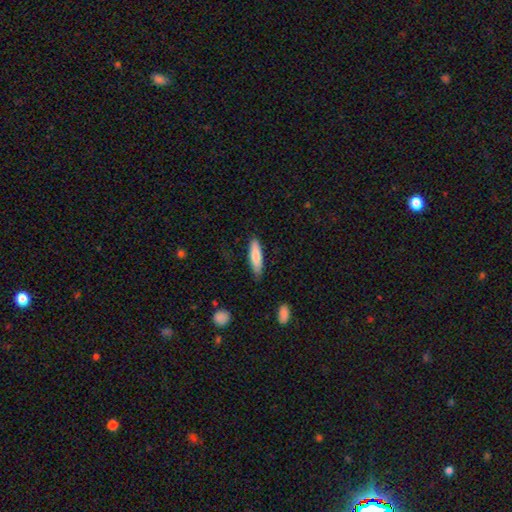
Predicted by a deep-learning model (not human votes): This is likely a smooth galaxy (80%). How rounded: likely cigar-shaped (72%). Merging: clearly none (81%).